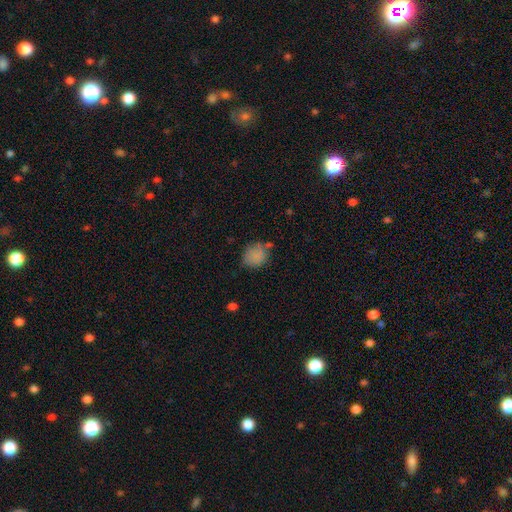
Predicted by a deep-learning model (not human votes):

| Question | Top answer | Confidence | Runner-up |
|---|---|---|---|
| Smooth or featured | smooth | 82% | star or artifact (10%) |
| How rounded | round | 66% | in between (33%) |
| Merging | none | 65% | minor disturbance (23%) |